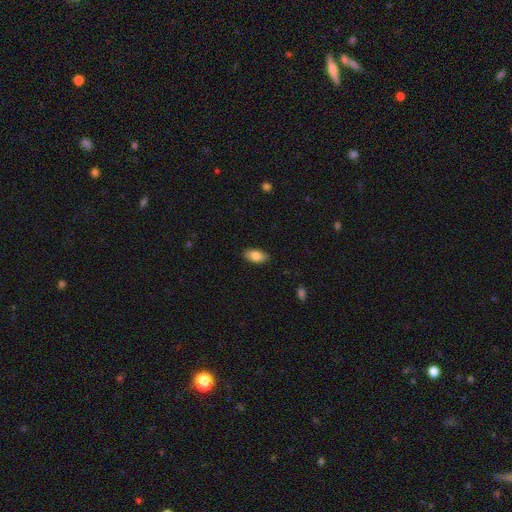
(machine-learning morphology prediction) type=smooth (84%); roundness=in between (93%); merging=none (87%).